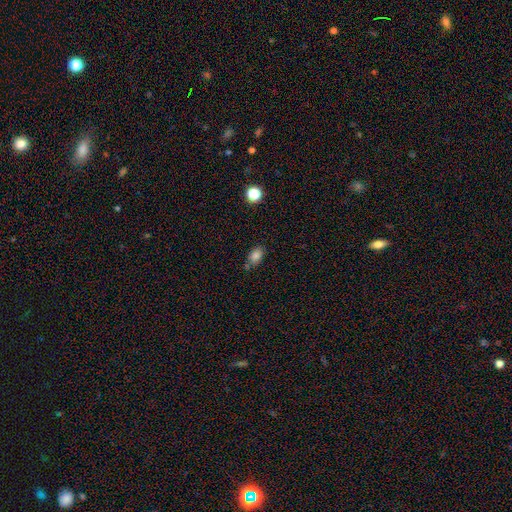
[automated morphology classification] This appears to be a smooth galaxy with no disk features (82%) that is in between round and cigar-shaped (82%). Merging: none (67%).